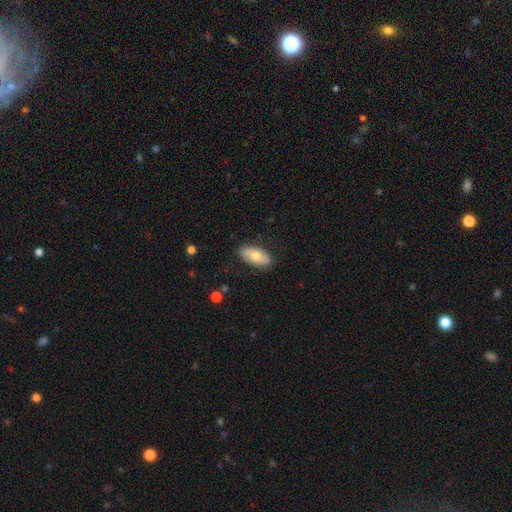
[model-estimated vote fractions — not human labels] Overall: smooth (69%). How rounded: in between (92%). Merging: none (84%).